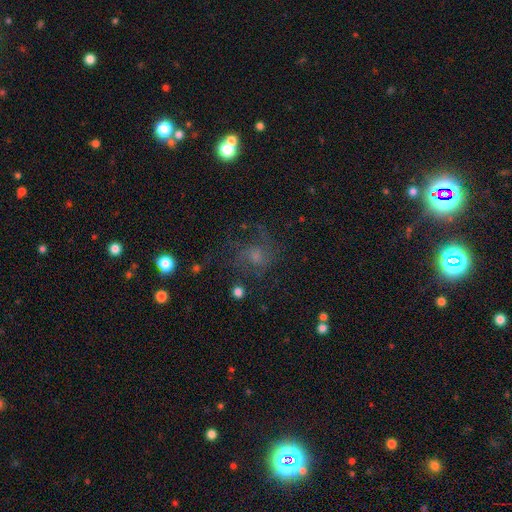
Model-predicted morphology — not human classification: Smooth or featured?
  - featured or disk: 44% *
  - star or artifact: 28%
  - smooth: 28%
Merging?
  - none: 63% *
  - major disturbance: 18%
  - minor disturbance: 17%
  - merger: 2%